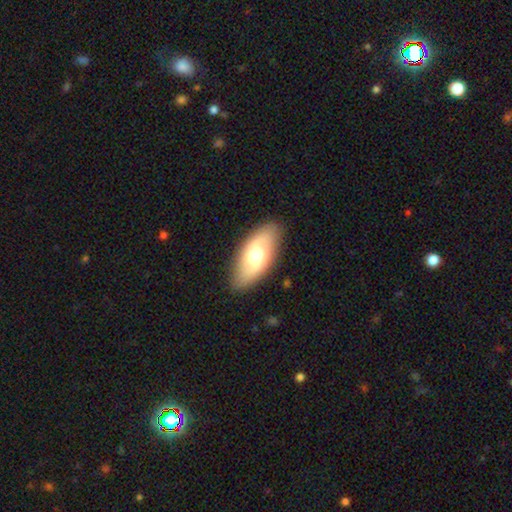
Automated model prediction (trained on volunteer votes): The model was most divided on "smooth or featured": smooth: 57%, featured or disk: 37%, star or artifact: 6%. More confident: how rounded — in between (88%); merging — none (86%).